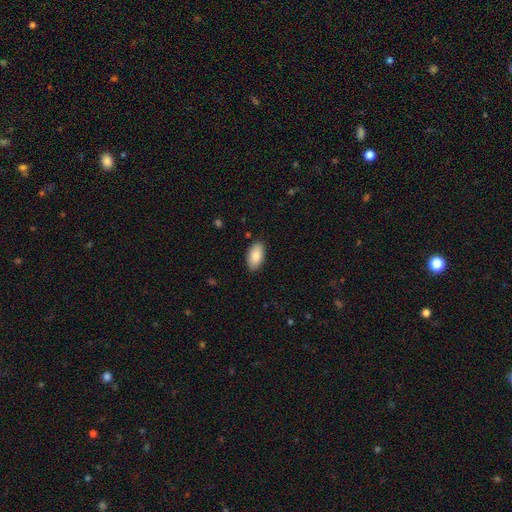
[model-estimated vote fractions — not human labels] smooth 87%, featured or disk 7%, star or artifact 6%. Down the decision tree: how rounded — in between (95%); merging — none (88%).